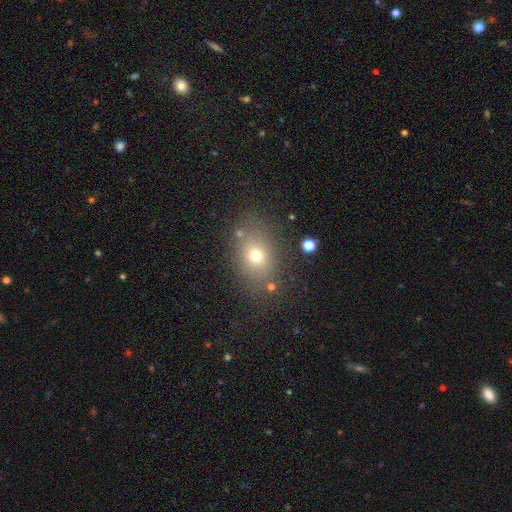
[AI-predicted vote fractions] This is likely a smooth galaxy (68%). How rounded: likely in between (61%). Merging: likely none (79%).